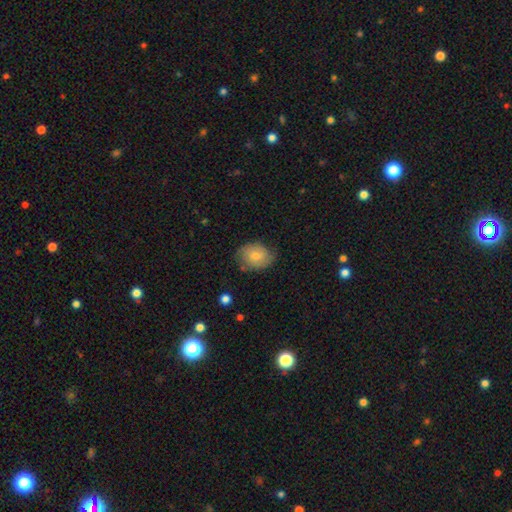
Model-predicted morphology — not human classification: type=smooth (63%); roundness=in between (55%); merging=none (74%).